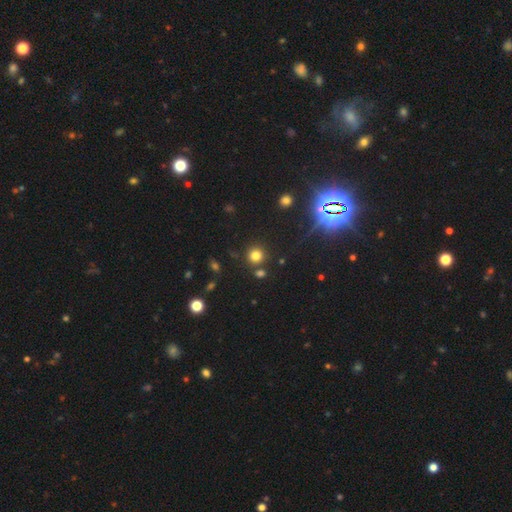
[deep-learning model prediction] Q: Smooth or featured?
A: smooth (77%); runner-up: star or artifact (17%)
Q: How rounded?
A: round (92%); runner-up: in between (7%)
Q: Merging?
A: none (82%); runner-up: merger (8%)